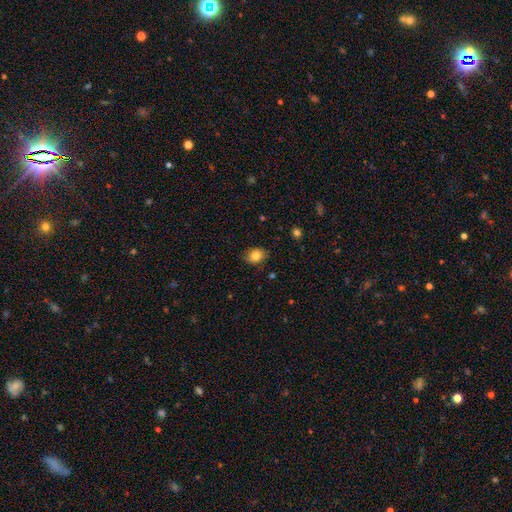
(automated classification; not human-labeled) Overall: smooth (82%). How rounded: in between (59%; round 40%). Merging: none (82%).